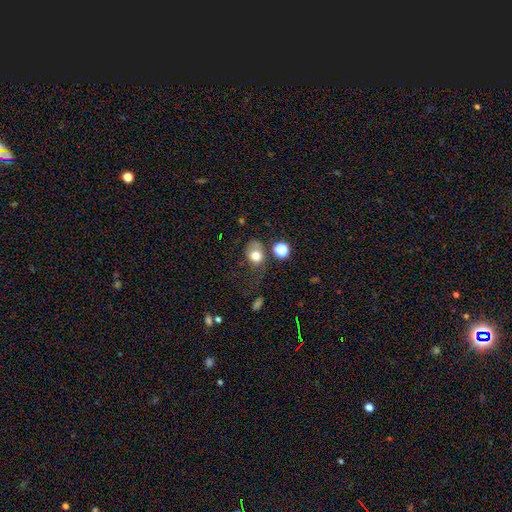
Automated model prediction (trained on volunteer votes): Smooth or featured? Predicted: smooth (p=0.73). How rounded? Predicted: in between (p=0.51). Merging? Predicted: none (p=0.37).